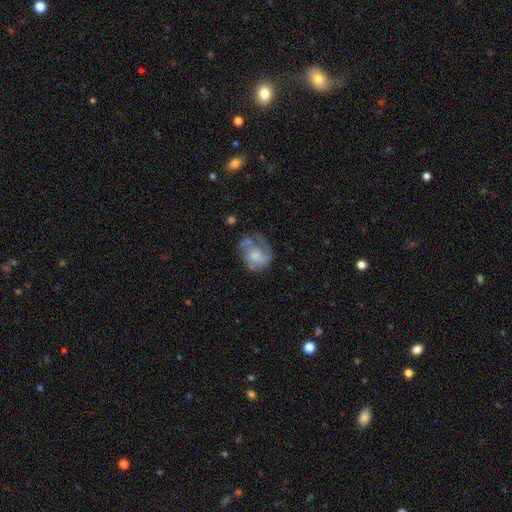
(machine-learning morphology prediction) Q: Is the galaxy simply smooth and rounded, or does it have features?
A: featured or disk — 54%.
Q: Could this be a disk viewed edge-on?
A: no — 98%.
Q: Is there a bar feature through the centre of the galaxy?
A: no — 72%.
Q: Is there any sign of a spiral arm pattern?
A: yes — 66%.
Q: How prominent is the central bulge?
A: moderate — 37%.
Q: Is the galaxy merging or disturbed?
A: none — 36%.